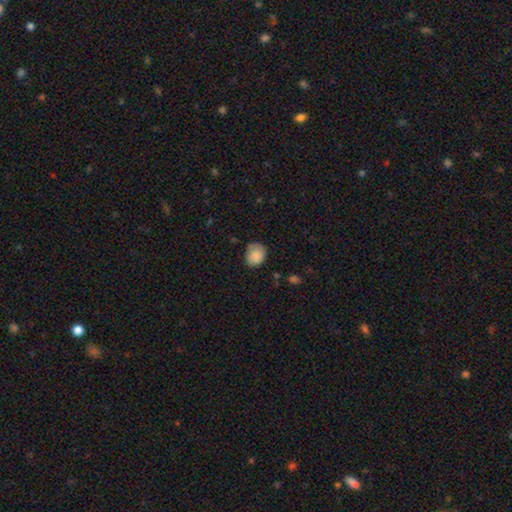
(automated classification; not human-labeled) Smooth or featured?
  - smooth: 80% *
  - featured or disk: 12%
  - star or artifact: 8%
How rounded?
  - round: 59% *
  - in between: 41%
  - cigar-shaped: 1%
Merging?
  - none: 63% *
  - minor disturbance: 28%
  - major disturbance: 7%
  - merger: 2%